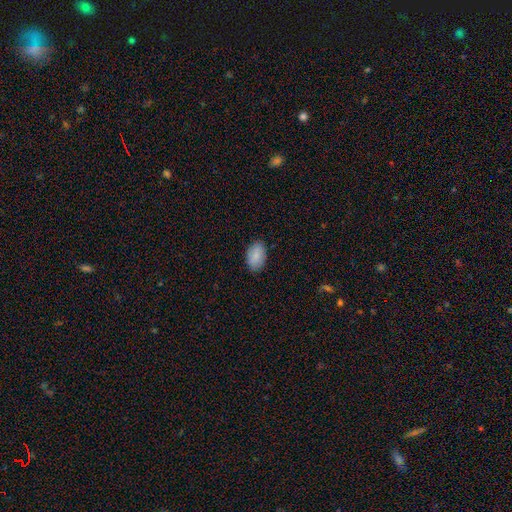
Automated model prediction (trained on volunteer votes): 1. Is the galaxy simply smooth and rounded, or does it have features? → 86% smooth, 8% featured or disk, 7% star or artifact.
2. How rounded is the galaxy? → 91% in between, 7% round, 1% cigar-shaped.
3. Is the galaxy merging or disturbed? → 86% none, 11% minor disturbance, 2% major disturbance, 1% merger.